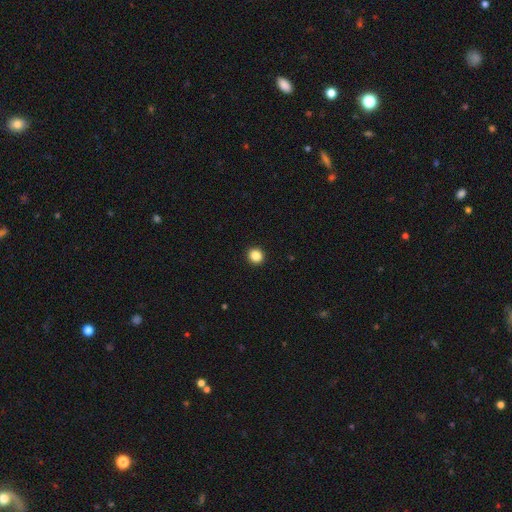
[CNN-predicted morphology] This appears to be a smooth galaxy with no disk features (86%) that is round (89%). Merging: none (94%).